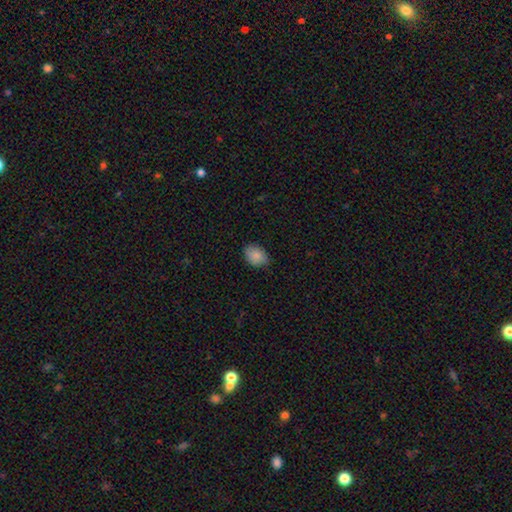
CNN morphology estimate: Smooth or featured? smooth (87%)
How rounded? in between (72%)
Merging? none (81%)